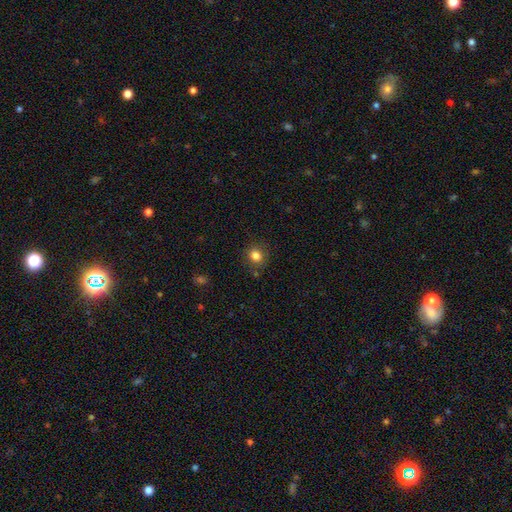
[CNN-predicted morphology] A smooth galaxy with no disk features (82%) that is round (75%). Merging: none (85%).